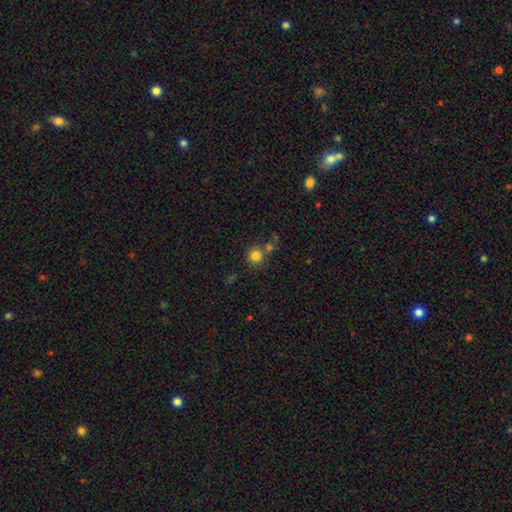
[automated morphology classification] smooth_or_featured: smooth (p=0.81) [alt: star or artifact p=0.12]
how_rounded: round (p=0.91) [alt: in between p=0.08]
merging: none (p=0.69) [alt: merger p=0.18]